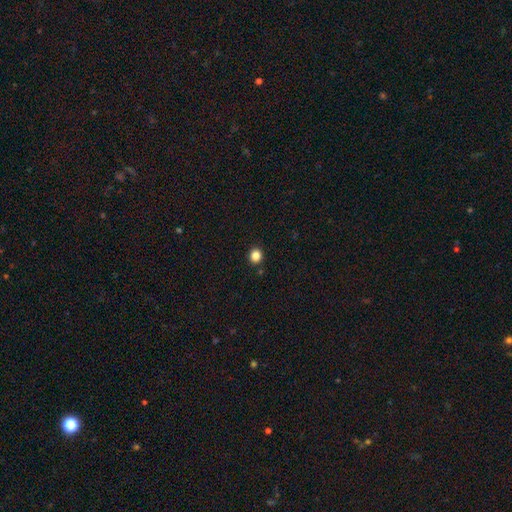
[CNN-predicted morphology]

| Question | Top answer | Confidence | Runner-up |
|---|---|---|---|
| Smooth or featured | smooth | 85% | star or artifact (12%) |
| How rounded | round | 84% | in between (16%) |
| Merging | none | 90% | minor disturbance (6%) |